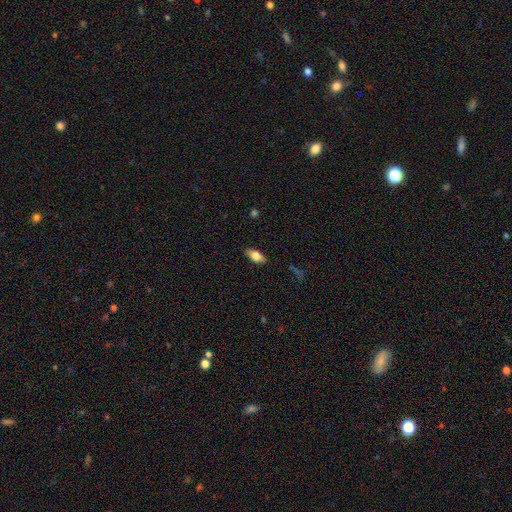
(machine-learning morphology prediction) The model was most divided on "smooth or featured": smooth: 74%, featured or disk: 18%, star or artifact: 7%. More confident: how rounded — in between (87%); merging — none (87%).